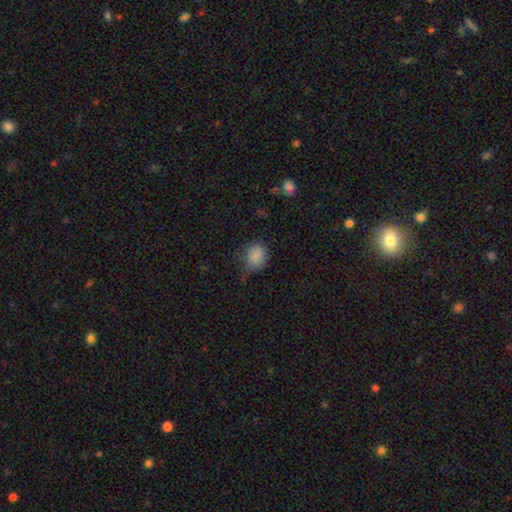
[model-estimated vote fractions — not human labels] smooth-or-featured: smooth: 83% | star or artifact: 10% | featured or disk: 6%
  how-rounded: round: 63% | in between: 36% | cigar-shaped: 1%
  merging: none: 57% | minor disturbance: 32% | major disturbance: 9% | merger: 3%